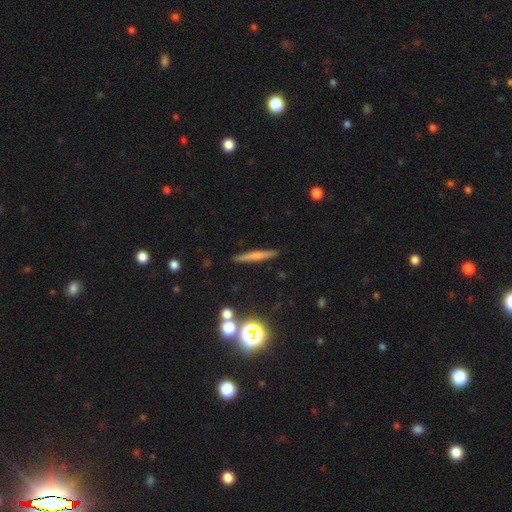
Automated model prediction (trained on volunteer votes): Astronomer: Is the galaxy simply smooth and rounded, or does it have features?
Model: smooth — 55% (runner-up: featured or disk, 34%).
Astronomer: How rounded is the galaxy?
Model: cigar-shaped — 92%.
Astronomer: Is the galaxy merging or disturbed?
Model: none — 90%.